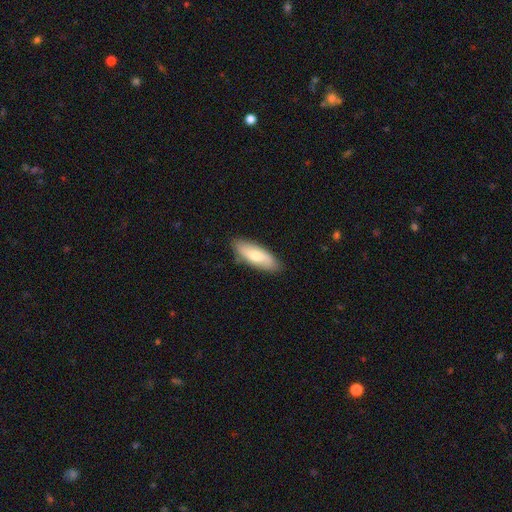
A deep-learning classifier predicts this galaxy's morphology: Smooth or featured? Predicted: smooth (p=0.68). How rounded? Predicted: in between (p=0.69). Merging? Predicted: none (p=0.84).